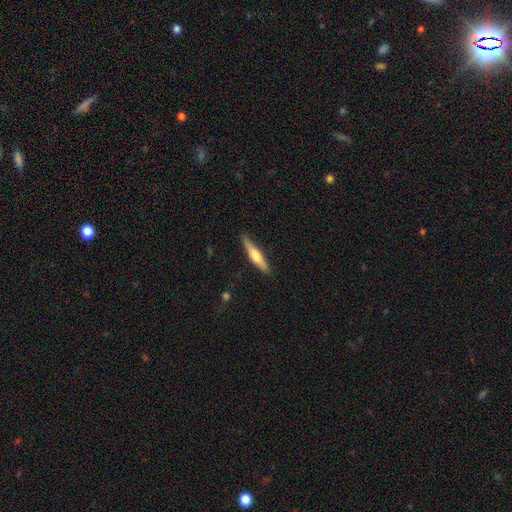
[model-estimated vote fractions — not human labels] Smooth or featured? Predicted: featured or disk (p=0.50). Merging? Predicted: none (p=0.87).